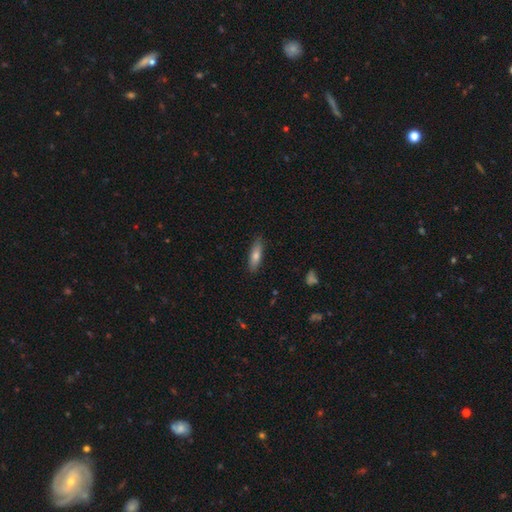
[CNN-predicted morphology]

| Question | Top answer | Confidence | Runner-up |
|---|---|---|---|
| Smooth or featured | smooth | 72% | featured or disk (21%) |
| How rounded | cigar-shaped | 57% | in between (41%) |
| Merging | none | 87% | minor disturbance (10%) |